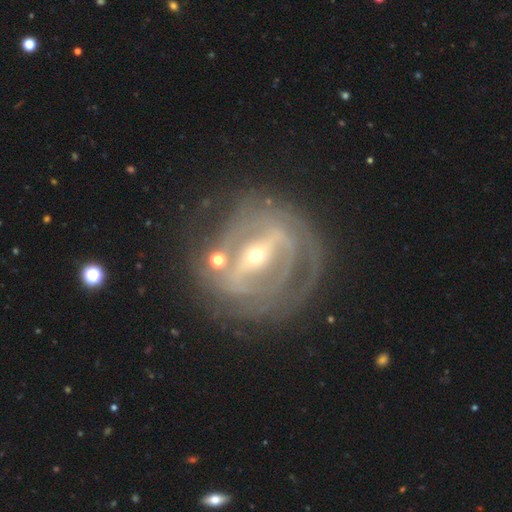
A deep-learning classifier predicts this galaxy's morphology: Smooth or featured? Predicted: featured or disk (p=0.84). Edge-on disk? Predicted: no (p=0.92). Bar? Predicted: strong (p=0.68). Spiral arms? Predicted: yes (p=0.70). Spiral winding? Predicted: tight (p=0.59). Spiral arm count? Predicted: 2 (p=0.38). Bulge size? Predicted: small (p=0.64). Merging? Predicted: none (p=0.65).